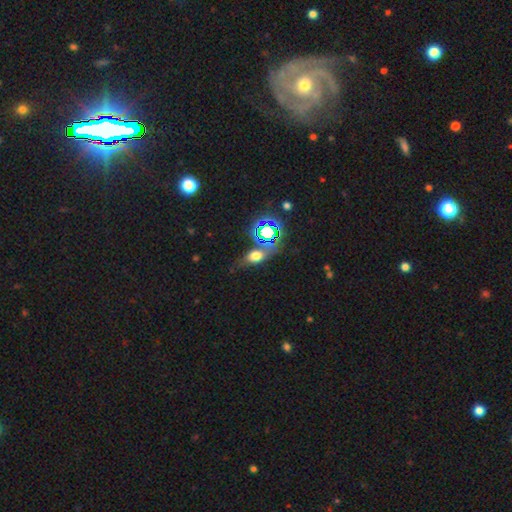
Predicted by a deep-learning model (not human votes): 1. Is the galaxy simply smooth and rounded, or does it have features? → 56% smooth, 31% star or artifact, 14% featured or disk.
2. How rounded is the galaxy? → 71% in between, 23% round, 6% cigar-shaped.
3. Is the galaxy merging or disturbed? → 64% none, 17% minor disturbance, 12% merger, 7% major disturbance.